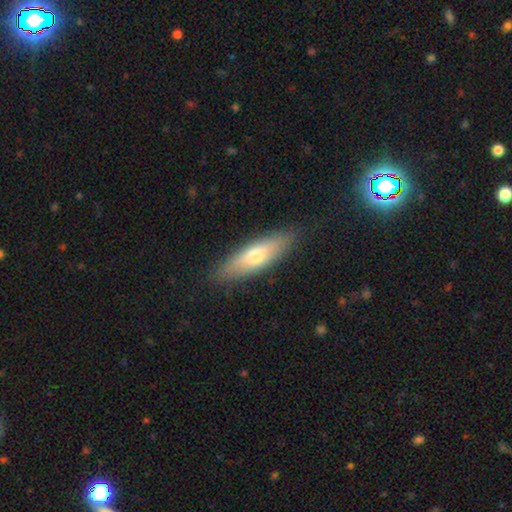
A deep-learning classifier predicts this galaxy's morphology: Smooth or featured: smooth — 62% (featured or disk — 32%)
How rounded: cigar-shaped — 55% (in between — 43%)
Merging: none — 86% (minor disturbance — 11%)